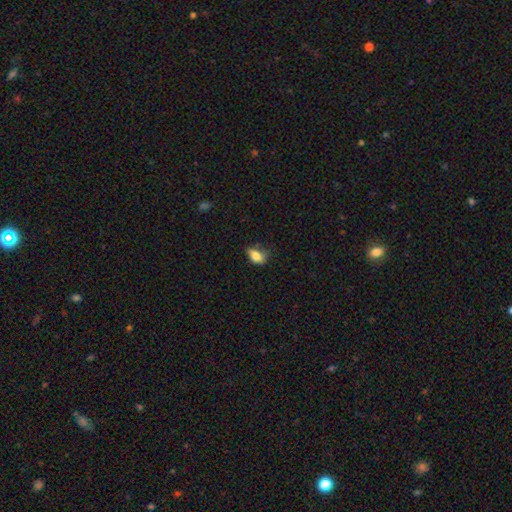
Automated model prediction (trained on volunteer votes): Smooth or featured: smooth — 80% (featured or disk — 11%)
How rounded: in between — 83% (round — 13%)
Merging: none — 41% (minor disturbance — 39%)